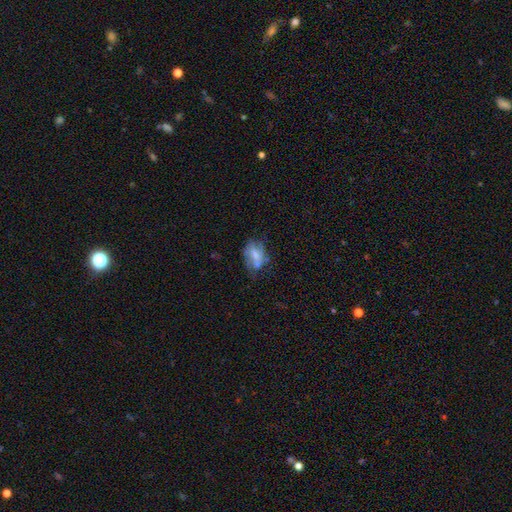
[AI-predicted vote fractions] A smooth galaxy with no disk features (47%). Merging: none (40%).